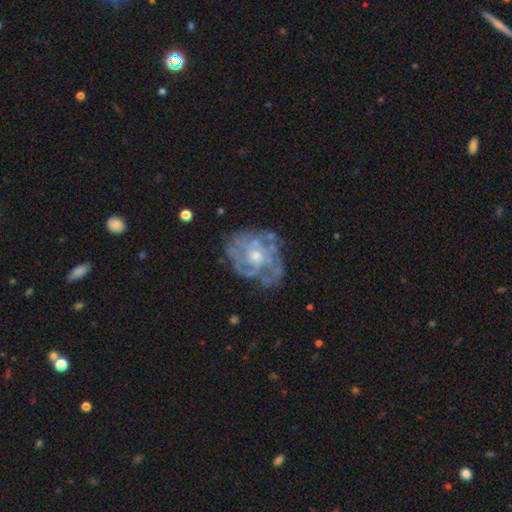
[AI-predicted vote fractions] smooth_or_featured: featured or disk (p=0.80) [alt: smooth p=0.13]
disk_edge_on: no (p=0.97) [alt: yes p=0.03]
bar: no (p=0.81) [alt: weak p=0.15]
has_spiral_arms: yes (p=0.65) [alt: no p=0.35]
spiral_winding: tight (p=0.58) [alt: medium p=0.30]
spiral_arm_count: can't tell (p=0.54) [alt: 2 p=0.14]
bulge_size: moderate (p=0.49) [alt: small p=0.45]
merging: none (p=0.66) [alt: minor disturbance p=0.20]